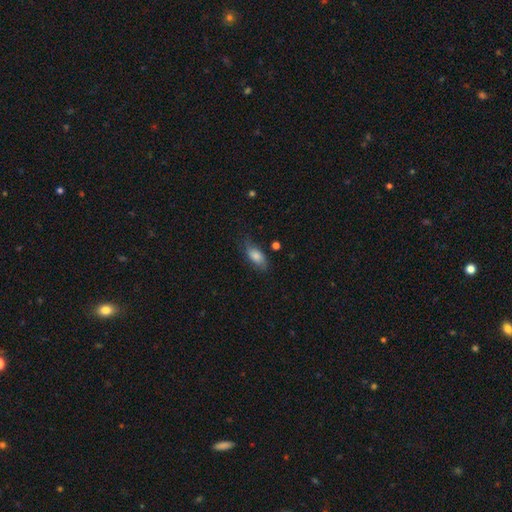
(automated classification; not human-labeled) A smooth galaxy with no disk features (76%) that is in between round and cigar-shaped (84%).

Vote fractions:
- Smooth or featured? smooth: 76% / featured or disk: 17% / star or artifact: 8%
- How rounded? in between: 84% / cigar-shaped: 12% / round: 4%
- Merging? none: 66% / minor disturbance: 25% / major disturbance: 7% / merger: 2%